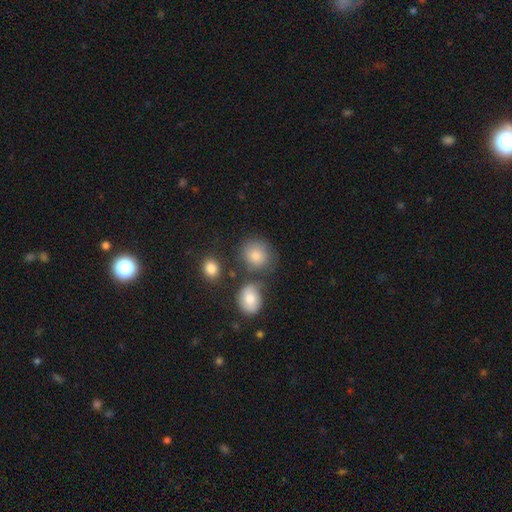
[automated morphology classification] Q: Smooth or featured?
A: smooth (79%); runner-up: star or artifact (11%)
Q: How rounded?
A: round (76%); runner-up: in between (23%)
Q: Merging?
A: none (66%); runner-up: minor disturbance (15%)